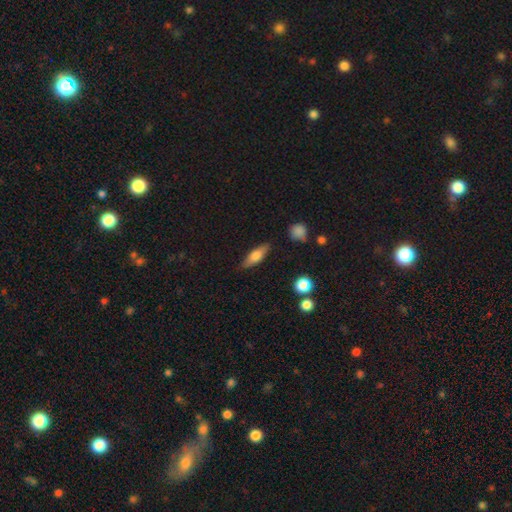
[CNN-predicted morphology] Q: Smooth or featured?
A: smooth (62%); runner-up: featured or disk (31%)
Q: How rounded?
A: in between (51%); runner-up: cigar-shaped (45%)
Q: Merging?
A: none (82%); runner-up: minor disturbance (13%)